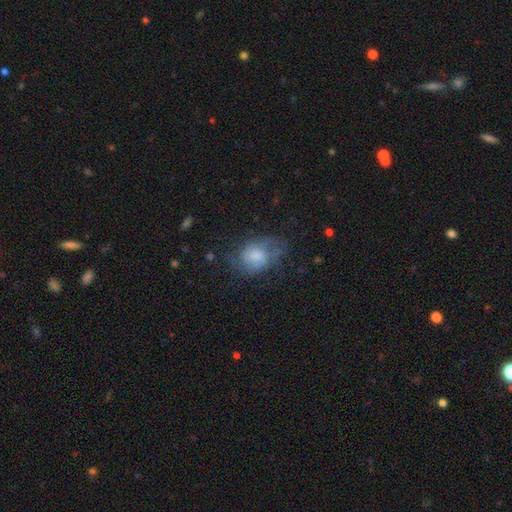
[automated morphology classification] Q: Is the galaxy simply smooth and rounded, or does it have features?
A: featured or disk — 45%.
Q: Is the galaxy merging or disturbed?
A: none — 52%.